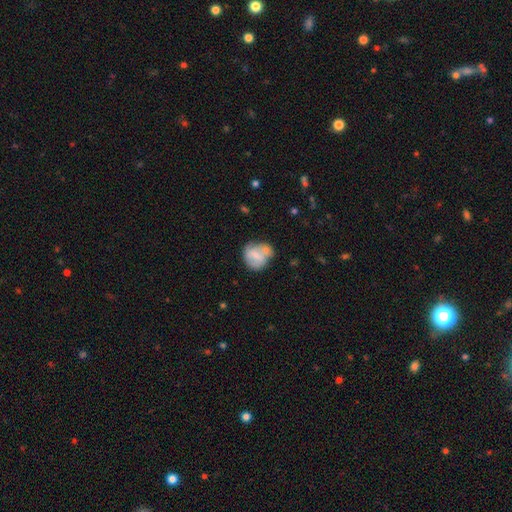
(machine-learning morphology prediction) Smooth or featured?
  - smooth: 61% *
  - featured or disk: 32%
  - star or artifact: 7%
How rounded?
  - round: 69% *
  - in between: 29%
  - cigar-shaped: 1%
Merging?
  - none: 38% *
  - merger: 34%
  - minor disturbance: 19%
  - major disturbance: 8%